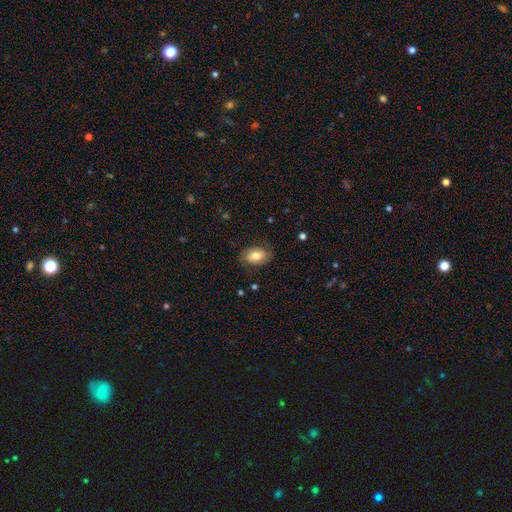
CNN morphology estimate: A smooth galaxy with no disk features (65%) that is in between round and cigar-shaped (86%). Merging: none (76%).